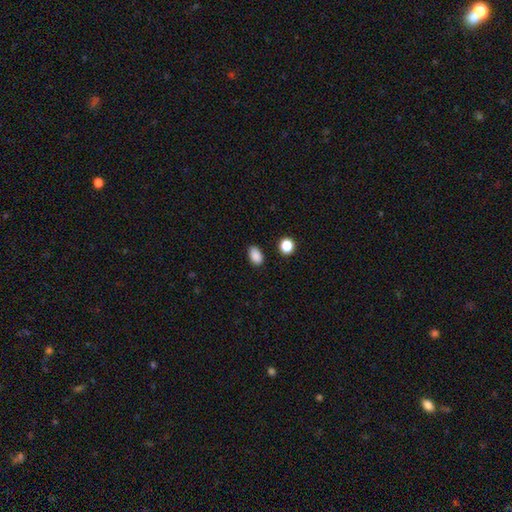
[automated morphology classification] Smooth or featured: smooth — 87% (star or artifact — 9%)
How rounded: in between — 87% (round — 11%)
Merging: none — 86% (minor disturbance — 10%)